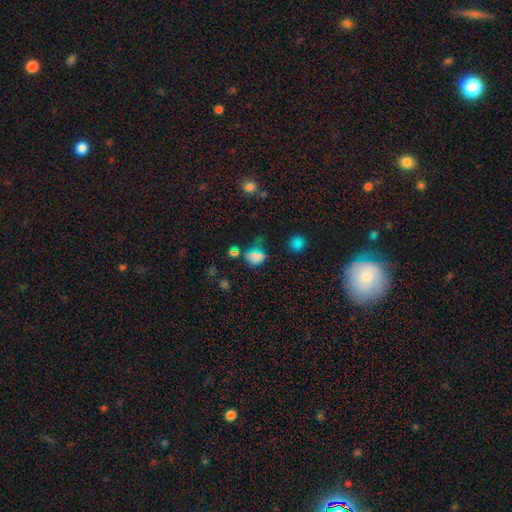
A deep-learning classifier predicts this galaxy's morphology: smooth_or_featured: smooth (p=0.60) [alt: star or artifact p=0.31]
how_rounded: in between (p=0.57) [alt: round p=0.40]
merging: none (p=0.52) [alt: minor disturbance p=0.24]